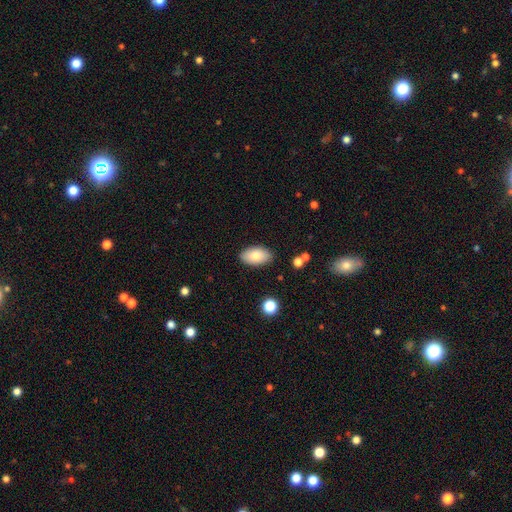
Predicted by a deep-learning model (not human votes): A smooth galaxy with no disk features (80%) that is in between round and cigar-shaped (94%). Merging: none (87%).